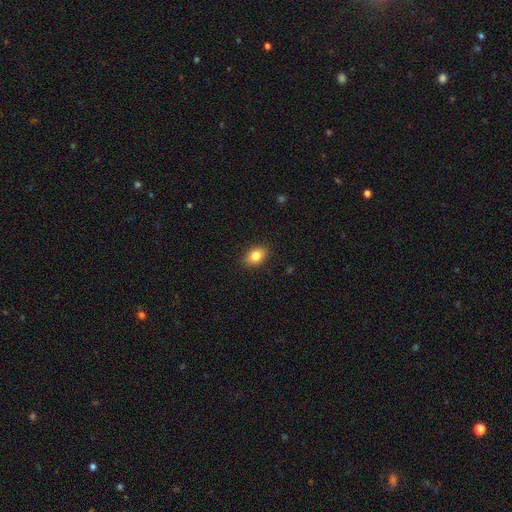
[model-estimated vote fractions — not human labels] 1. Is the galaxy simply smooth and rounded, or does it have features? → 83% smooth, 9% star or artifact, 8% featured or disk.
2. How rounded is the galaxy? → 76% in between, 23% round, 1% cigar-shaped.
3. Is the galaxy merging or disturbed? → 88% none, 9% minor disturbance, 2% major disturbance, 1% merger.